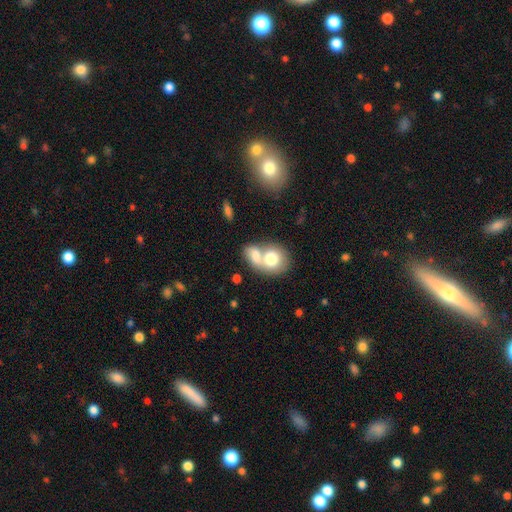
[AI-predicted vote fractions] Overall: smooth (72%). How rounded: round (50%; in between 48%). Merging: merger (71%).